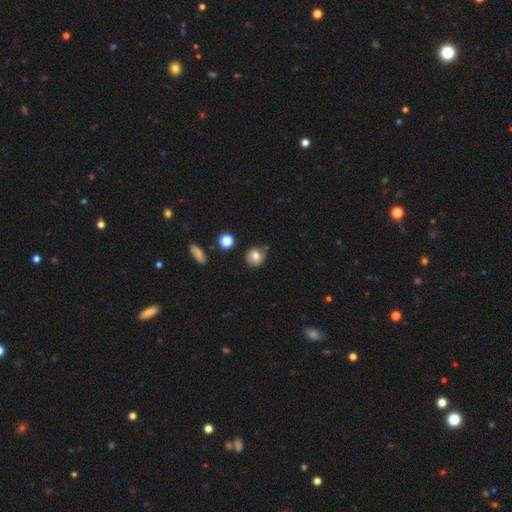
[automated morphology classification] smooth_or_featured: smooth (p=0.77) [alt: featured or disk p=0.12]
how_rounded: round (p=0.79) [alt: in between p=0.19]
merging: none (p=0.73) [alt: minor disturbance p=0.18]